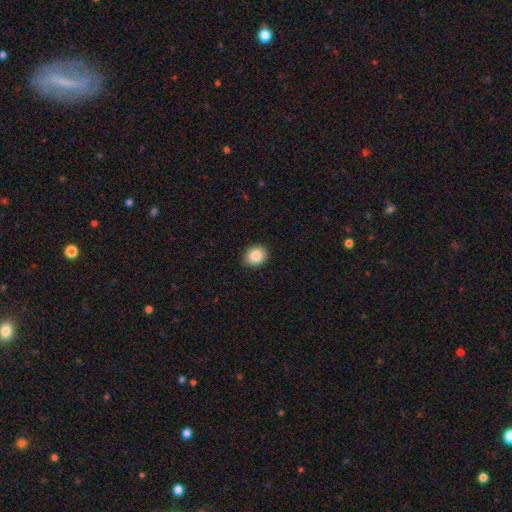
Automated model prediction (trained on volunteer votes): smooth 87%, star or artifact 8%, featured or disk 4%. Down the decision tree: how rounded — round (51%); merging — none (90%).